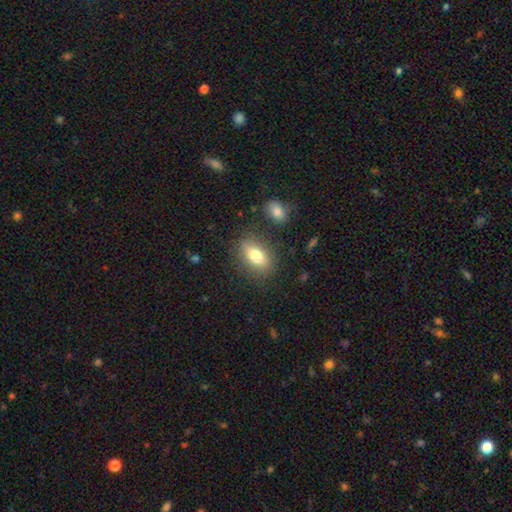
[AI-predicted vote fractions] Smooth or featured? Predicted: smooth (p=0.77). How rounded? Predicted: in between (p=0.83). Merging? Predicted: none (p=0.79).